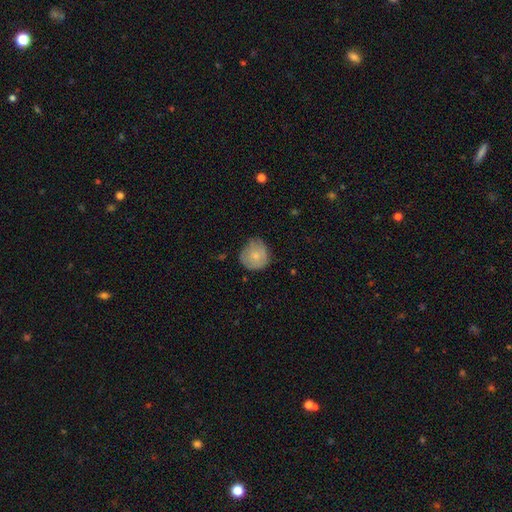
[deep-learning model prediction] Smooth or featured? Predicted: smooth (p=0.73). How rounded? Predicted: round (p=0.88). Merging? Predicted: none (p=0.64).